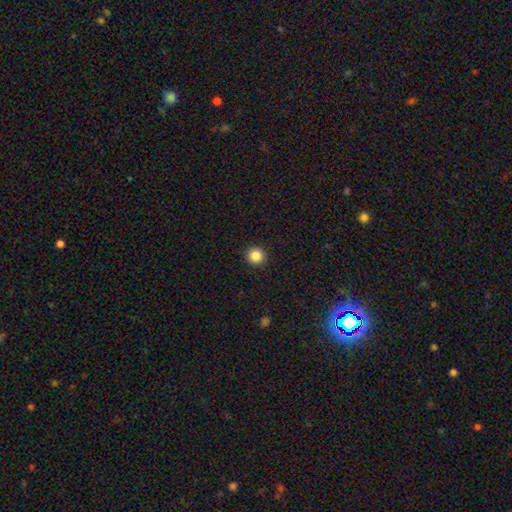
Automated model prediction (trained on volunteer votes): A smooth galaxy with no disk features (86%) that is round (96%). Merging: none (93%).